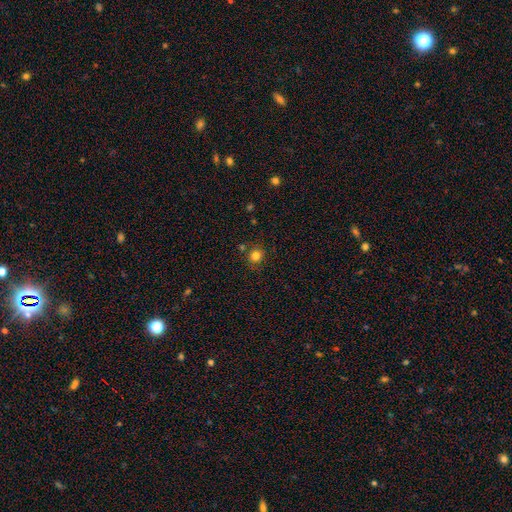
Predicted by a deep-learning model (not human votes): smooth-or-featured: smooth: 81% | star or artifact: 13% | featured or disk: 6%
  how-rounded: round: 89% | in between: 10% | cigar-shaped: 1%
  merging: none: 81% | minor disturbance: 10% | merger: 7% | major disturbance: 3%